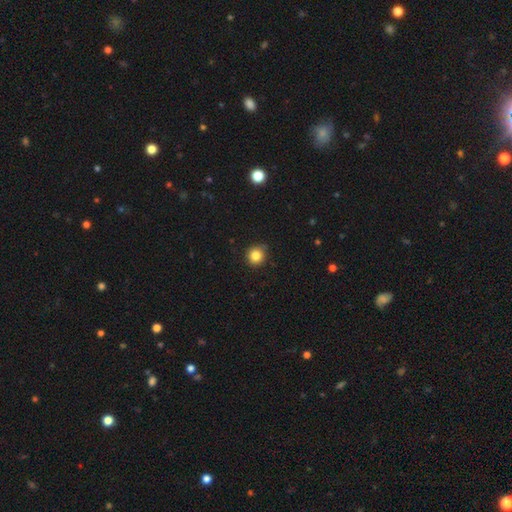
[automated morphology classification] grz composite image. It shows a smooth galaxy with no disk features (84%) that is round (91%). Merging: none (85%).